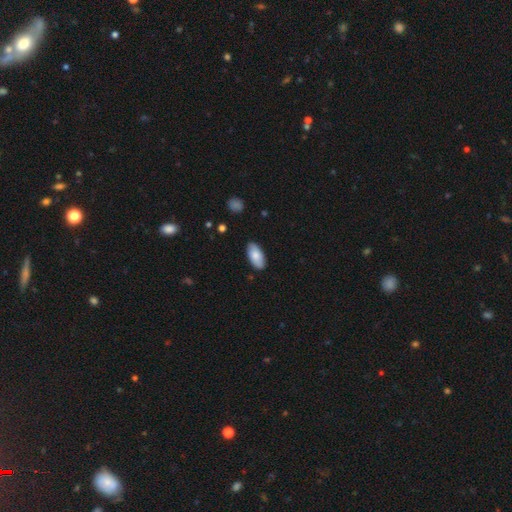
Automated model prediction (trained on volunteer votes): smooth 81%, featured or disk 13%, star or artifact 6%. Down the decision tree: how rounded — in between (93%); merging — none (85%).